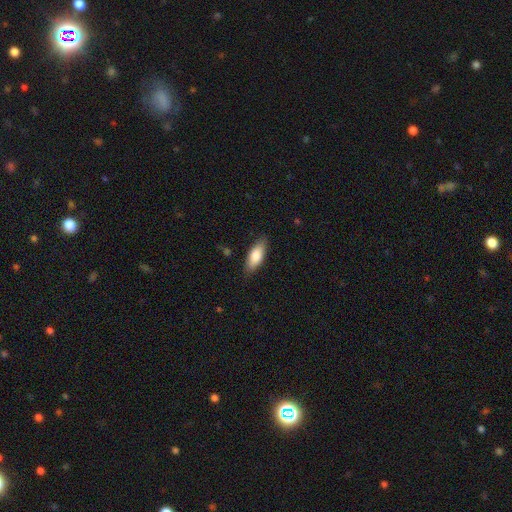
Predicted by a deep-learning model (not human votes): Smooth or featured?
  - smooth: 81% *
  - featured or disk: 13%
  - star or artifact: 6%
How rounded?
  - in between: 74% *
  - cigar-shaped: 24%
  - round: 2%
Merging?
  - none: 84% *
  - minor disturbance: 12%
  - major disturbance: 3%
  - merger: 1%